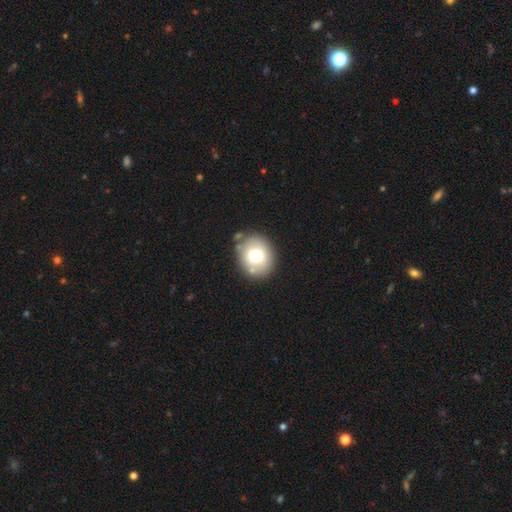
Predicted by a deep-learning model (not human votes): This is likely a smooth galaxy (70%). How rounded: likely round (71%). Merging: clearly none (80%).